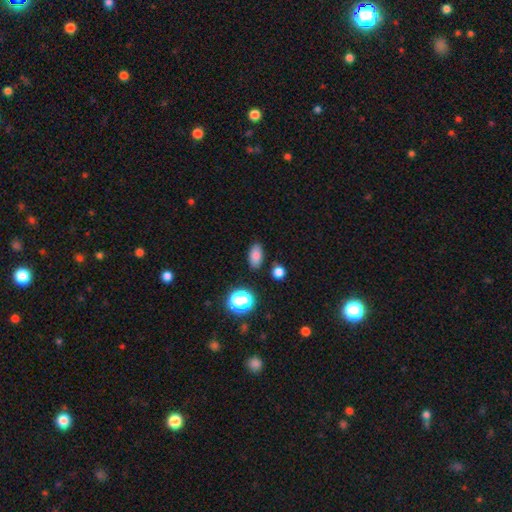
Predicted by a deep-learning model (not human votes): A smooth galaxy with no disk features (81%) that is in between round and cigar-shaped (88%). Merging: none (85%).